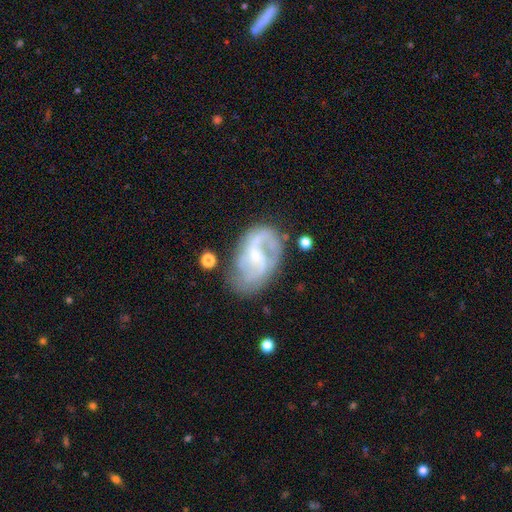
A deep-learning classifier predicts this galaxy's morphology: This is clearly a featured or disk galaxy (83%). It is clearly not viewed edge-on (97%). Bar: possibly weak (47%). Spiral arm pattern: clearly yes (93%). Spiral arm count: likely 2 (68%). Spiral winding: possibly medium (48%). Central bulge: likely small (66%). Merging: likely none (65%).